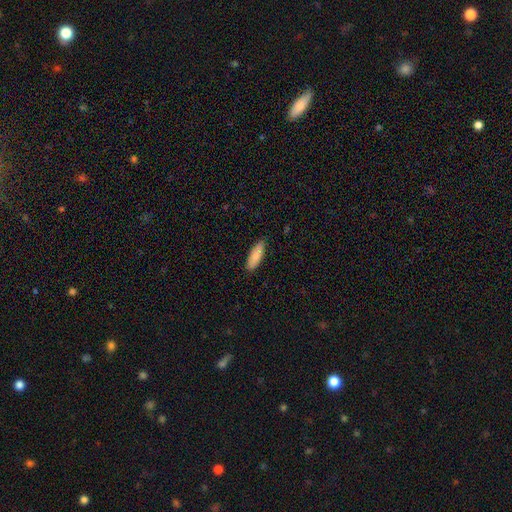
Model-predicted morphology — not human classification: The model was most divided on "how rounded": in between: 54%, cigar-shaped: 44%, round: 2%. More confident: merging — none (88%); smooth or featured — smooth (86%).